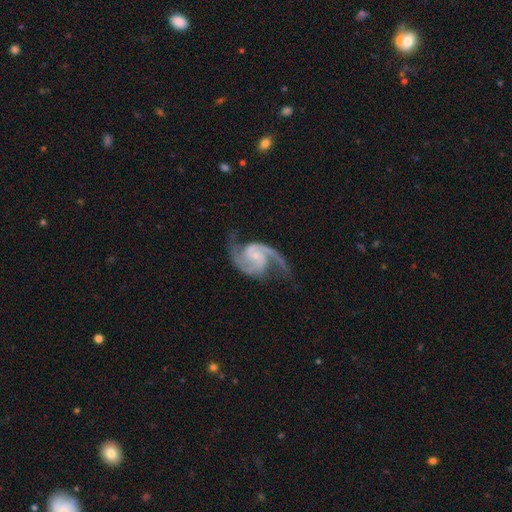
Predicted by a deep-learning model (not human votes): This appears to be a featured or disk galaxy (93%) with no bar (59%), 2 (93%) medium (59%) spiral arms (98%) and a small central bulge (64%). Merging: none (75%).